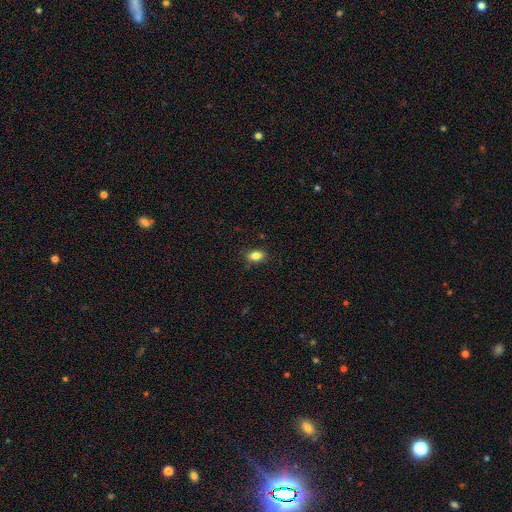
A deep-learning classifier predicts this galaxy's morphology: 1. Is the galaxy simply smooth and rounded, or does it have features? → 84% smooth, 9% star or artifact, 7% featured or disk.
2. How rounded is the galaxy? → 85% in between, 12% round, 3% cigar-shaped.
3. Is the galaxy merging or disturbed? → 81% none, 14% minor disturbance, 3% major disturbance, 1% merger.